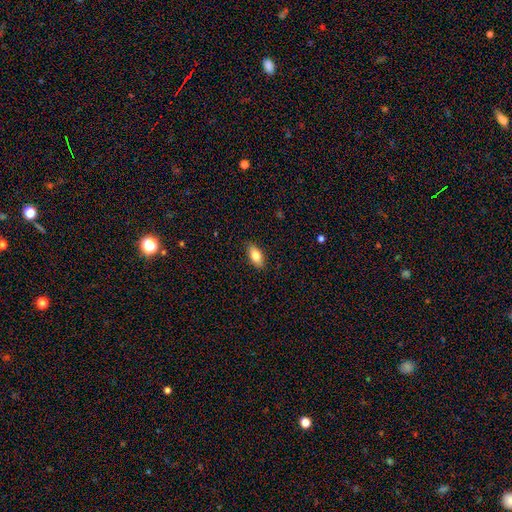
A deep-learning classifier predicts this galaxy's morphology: This is clearly a smooth galaxy (82%). How rounded: clearly in between (89%). Merging: clearly none (87%).